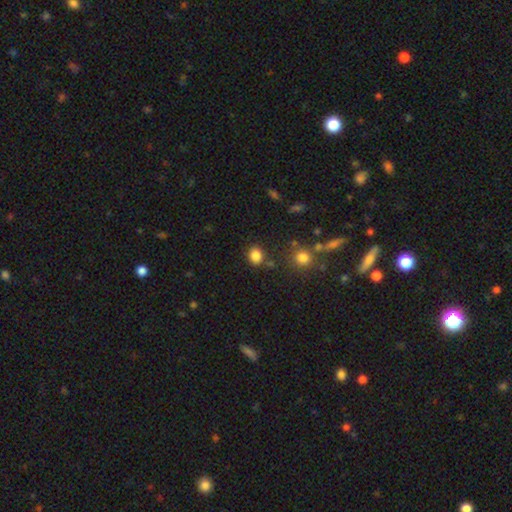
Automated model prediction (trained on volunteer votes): Q: Smooth or featured?
A: smooth (84%); runner-up: star or artifact (12%)
Q: How rounded?
A: round (58%); runner-up: in between (41%)
Q: Merging?
A: none (77%); runner-up: minor disturbance (12%)